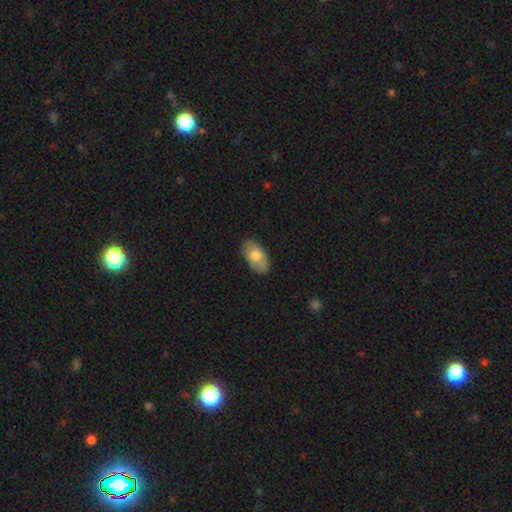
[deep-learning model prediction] smooth-or-featured: smooth: 71% | featured or disk: 23% | star or artifact: 6%
  how-rounded: in between: 94% | round: 4% | cigar-shaped: 2%
  merging: none: 80% | minor disturbance: 16% | major disturbance: 3% | merger: 1%